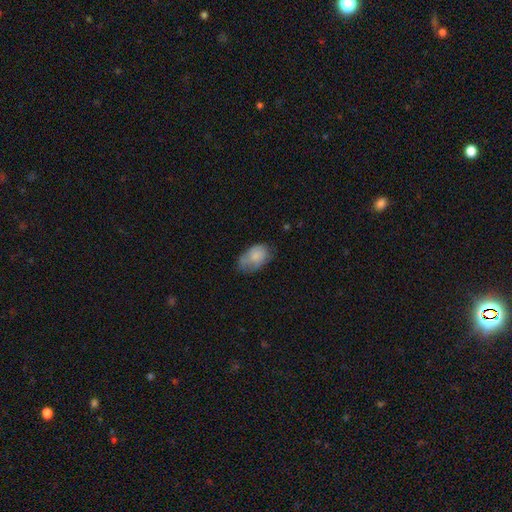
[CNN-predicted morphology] Q: Smooth or featured?
A: smooth (76%); runner-up: featured or disk (17%)
Q: How rounded?
A: in between (90%); runner-up: round (9%)
Q: Merging?
A: none (45%); runner-up: minor disturbance (37%)